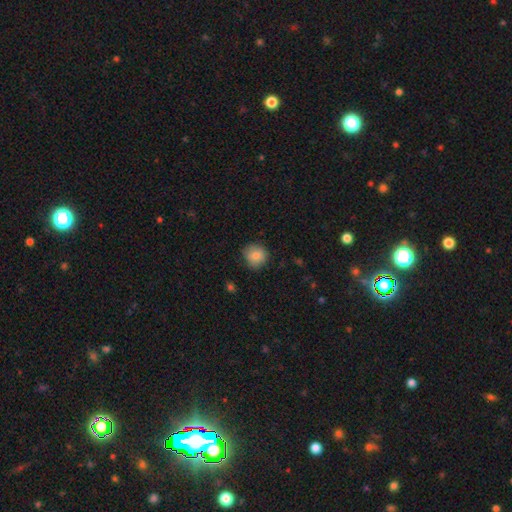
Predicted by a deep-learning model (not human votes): Smooth or featured? smooth (83%)
How rounded? round (89%)
Merging? none (82%)